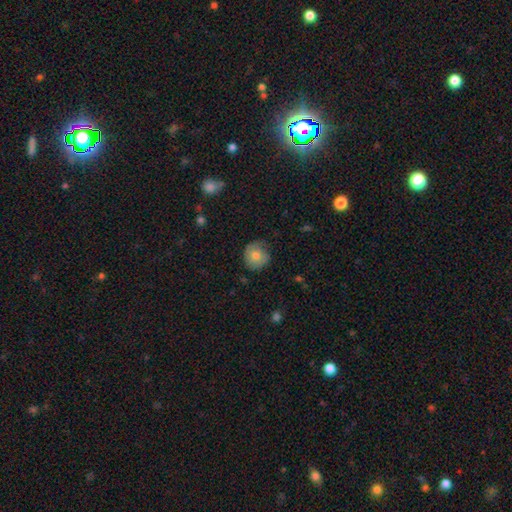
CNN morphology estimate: Smooth or featured? Predicted: smooth (p=0.75). How rounded? Predicted: round (p=0.90). Merging? Predicted: none (p=0.74).